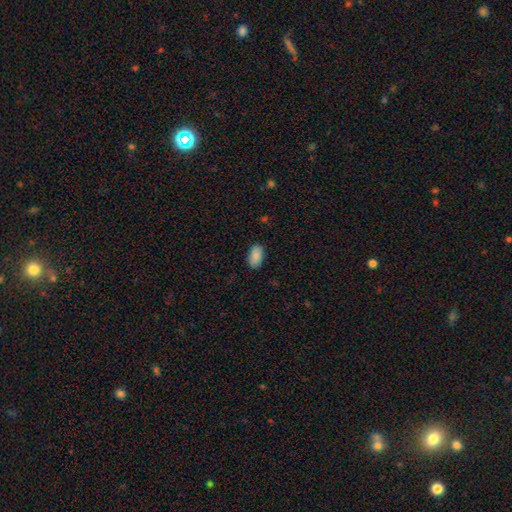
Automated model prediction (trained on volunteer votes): A smooth galaxy with no disk features (88%) that is in between round and cigar-shaped (94%). Merging: none (86%).